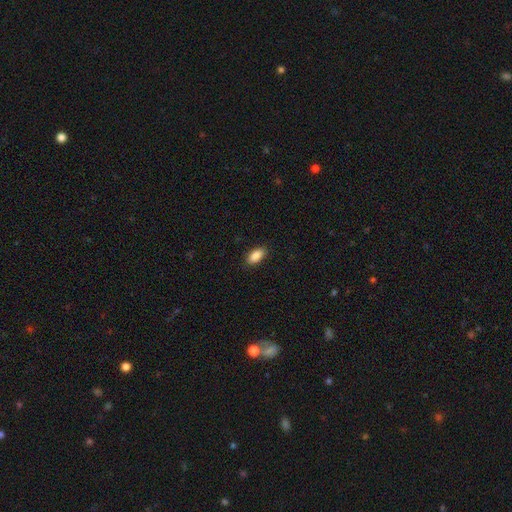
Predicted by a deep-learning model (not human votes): This is clearly a smooth galaxy (88%). How rounded: clearly in between (91%). Merging: clearly none (88%).